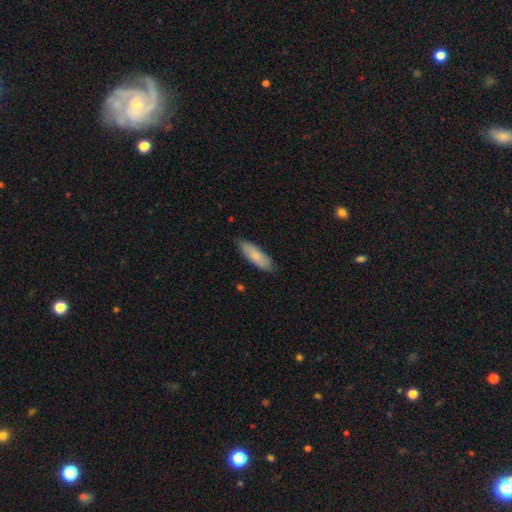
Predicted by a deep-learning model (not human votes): Smooth or featured: smooth — 81% (featured or disk — 13%)
How rounded: in between — 58% (cigar-shaped — 41%)
Merging: none — 83% (minor disturbance — 14%)